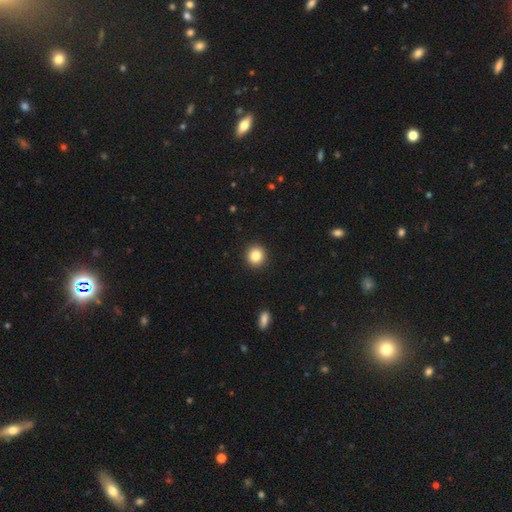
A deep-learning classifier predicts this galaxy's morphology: Smooth or featured: smooth — 84% (star or artifact — 10%)
How rounded: round — 92% (in between — 7%)
Merging: none — 93% (minor disturbance — 5%)